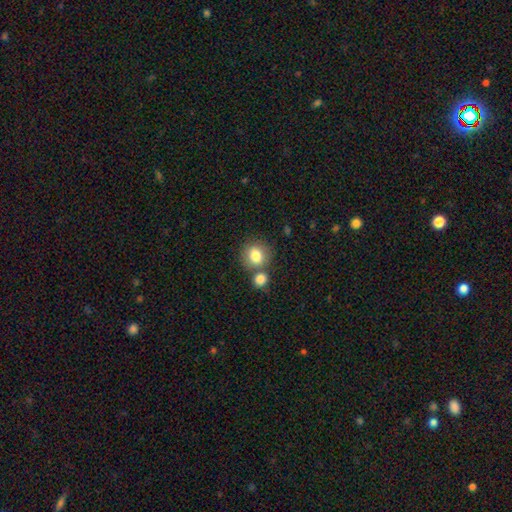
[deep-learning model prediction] This appears to be a smooth galaxy with no disk features (81%) that is round (79%). Merging: none (60%).